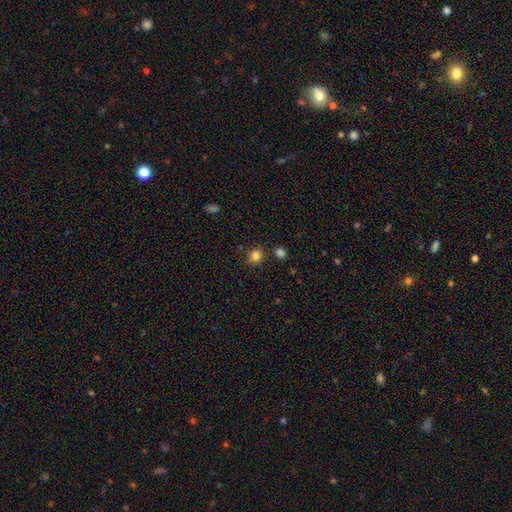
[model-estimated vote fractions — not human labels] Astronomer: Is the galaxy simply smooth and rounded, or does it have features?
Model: smooth — 82%.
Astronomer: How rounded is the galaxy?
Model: round — 82%.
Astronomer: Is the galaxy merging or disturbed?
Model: none — 79%.